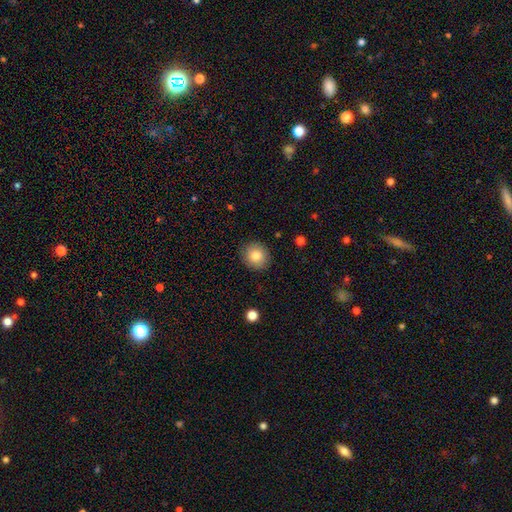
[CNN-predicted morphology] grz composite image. It shows a smooth galaxy with no disk features (84%) that is round (82%). Merging: none (89%).